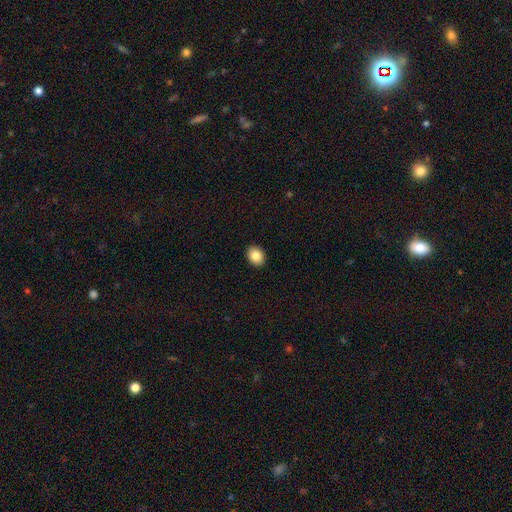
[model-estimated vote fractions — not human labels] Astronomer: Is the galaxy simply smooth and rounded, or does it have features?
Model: smooth — 85%.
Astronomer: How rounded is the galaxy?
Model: in between — 56% (runner-up: round, 43%).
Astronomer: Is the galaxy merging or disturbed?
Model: none — 92%.